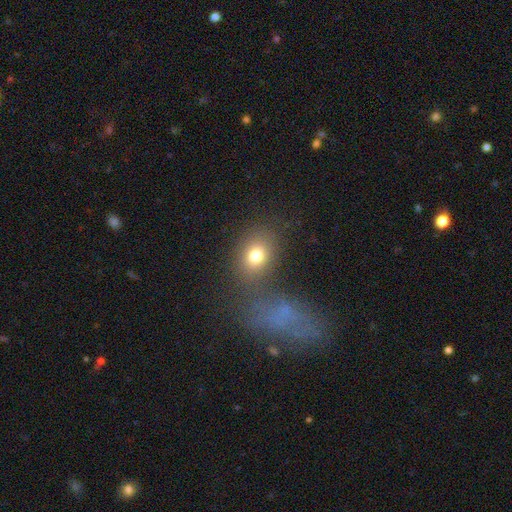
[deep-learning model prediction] Smooth or featured: smooth — 75% (star or artifact — 14%)
How rounded: in between — 56% (round — 43%)
Merging: none — 68% (minor disturbance — 13%)